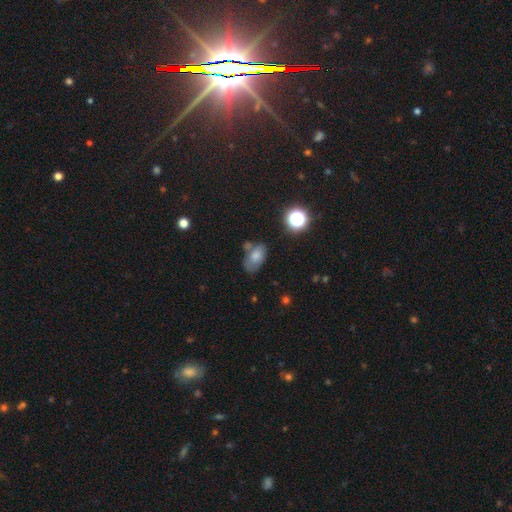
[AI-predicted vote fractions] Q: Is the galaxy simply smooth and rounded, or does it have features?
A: smooth — 68%.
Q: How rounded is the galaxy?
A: in between — 88%.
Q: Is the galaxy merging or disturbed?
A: none — 48%.